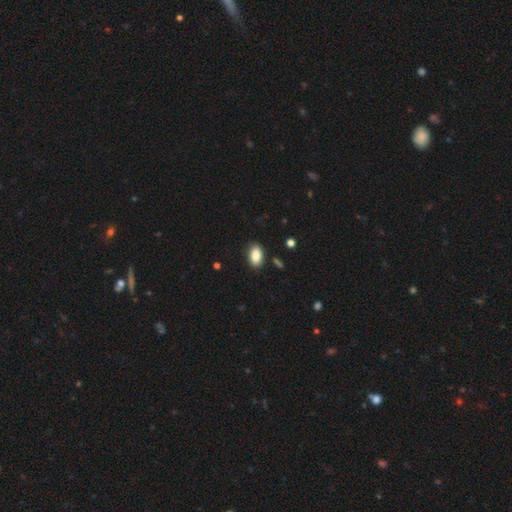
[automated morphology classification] This appears to be a smooth galaxy with no disk features (86%) that is in between round and cigar-shaped (91%). Merging: none (85%).